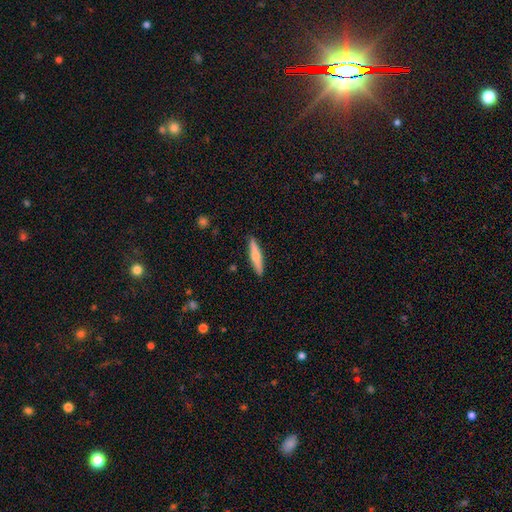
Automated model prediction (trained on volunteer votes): smooth-or-featured: smooth: 53% | featured or disk: 41% | star or artifact: 6%
  how-rounded: cigar-shaped: 88% | in between: 10% | round: 2%
  merging: none: 90% | minor disturbance: 7% | major disturbance: 1% | merger: 1%